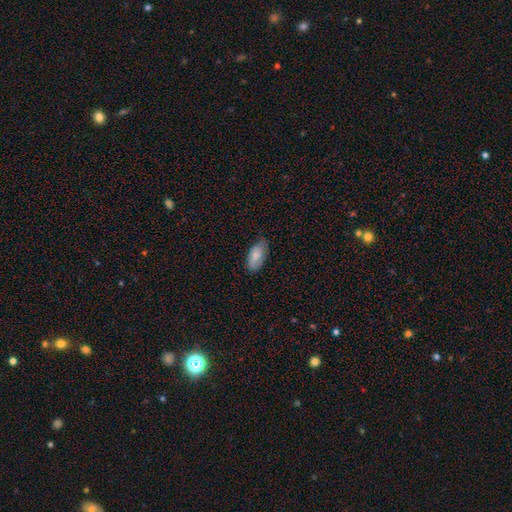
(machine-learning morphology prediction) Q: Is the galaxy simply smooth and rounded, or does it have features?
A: smooth — 76%.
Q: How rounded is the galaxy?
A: in between — 93%.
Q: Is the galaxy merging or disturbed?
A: none — 66%.